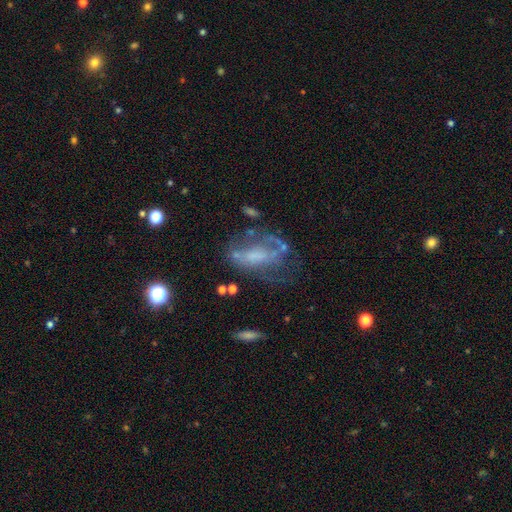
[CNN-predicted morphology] Smooth or featured? Predicted: featured or disk (p=0.62). Edge-on disk? Predicted: no (p=0.92). Bar? Predicted: no (p=0.61). Spiral arms? Predicted: no (p=0.59). Bulge size? Predicted: none (p=0.40). Merging? Predicted: none (p=0.40).